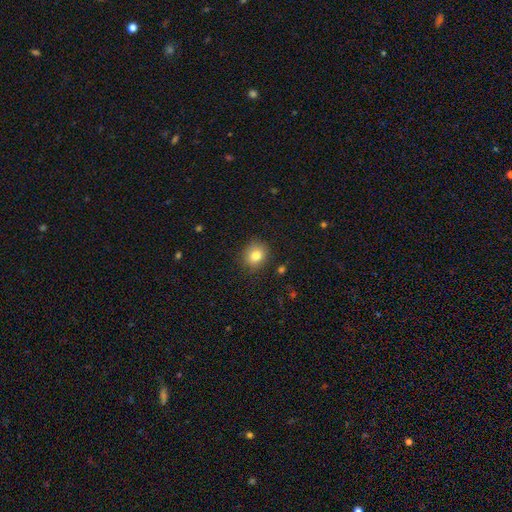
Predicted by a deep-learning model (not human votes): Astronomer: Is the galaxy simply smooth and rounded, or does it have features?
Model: smooth — 83%.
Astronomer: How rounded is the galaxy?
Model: round — 74%.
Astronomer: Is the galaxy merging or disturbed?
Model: none — 86%.